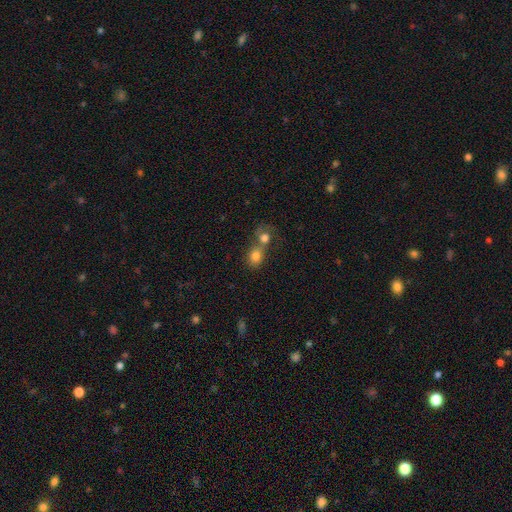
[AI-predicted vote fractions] Morphology: type=smooth (80%); roundness=round (56%); merging=merger (60%).